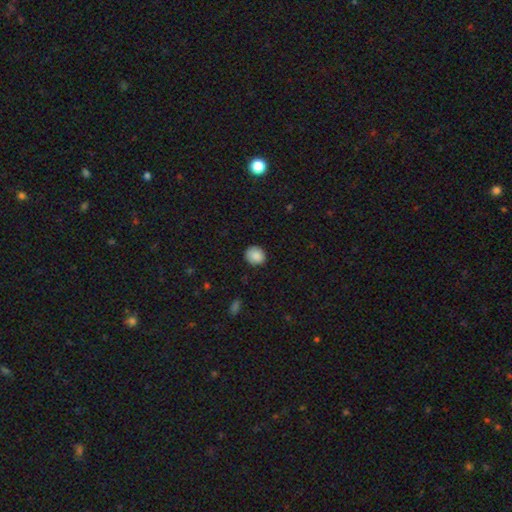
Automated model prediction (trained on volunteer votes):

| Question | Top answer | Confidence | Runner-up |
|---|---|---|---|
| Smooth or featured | smooth | 89% | star or artifact (8%) |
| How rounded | round | 79% | in between (20%) |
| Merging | none | 86% | minor disturbance (11%) |